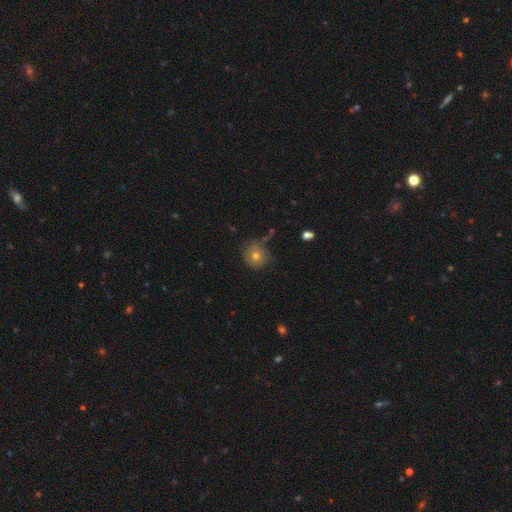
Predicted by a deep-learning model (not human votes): Smooth or featured?
  - smooth: 69% *
  - featured or disk: 18%
  - star or artifact: 13%
How rounded?
  - round: 90% *
  - in between: 9%
  - cigar-shaped: 1%
Merging?
  - none: 75% *
  - minor disturbance: 16%
  - major disturbance: 4%
  - merger: 4%